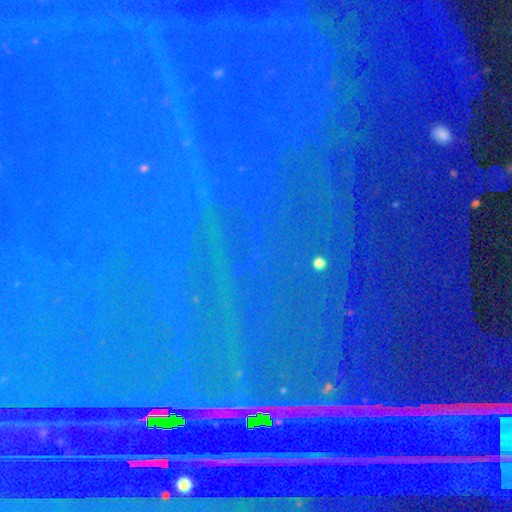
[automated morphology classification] The model was most divided on "smooth or featured": star or artifact: 84%, smooth: 8%, featured or disk: 8%.